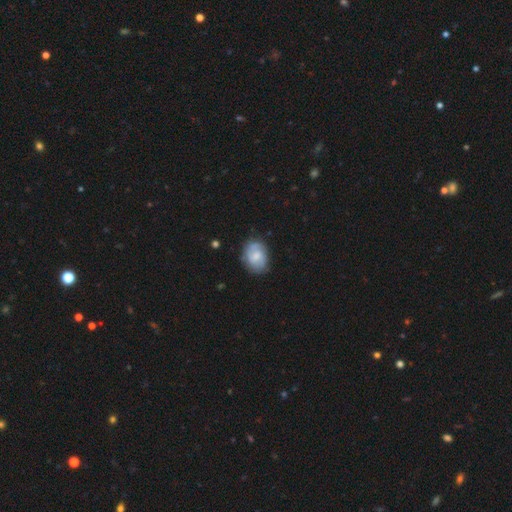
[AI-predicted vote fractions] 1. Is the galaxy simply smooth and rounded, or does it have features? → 48% featured or disk, 46% smooth, 7% star or artifact.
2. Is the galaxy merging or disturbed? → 71% none, 21% minor disturbance, 6% major disturbance, 2% merger.